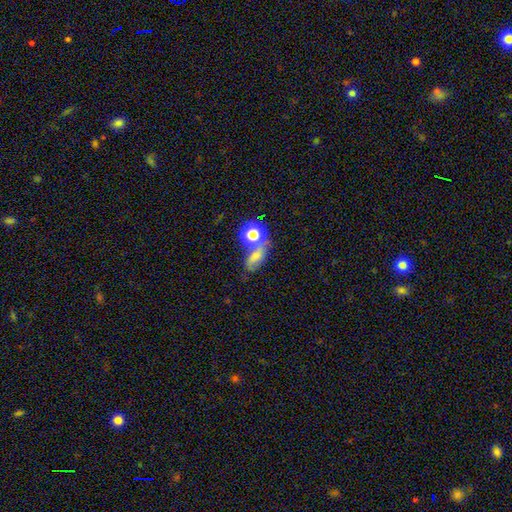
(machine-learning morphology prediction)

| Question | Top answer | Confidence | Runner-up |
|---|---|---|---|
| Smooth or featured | smooth | 59% | featured or disk (23%) |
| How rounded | in between | 61% | round (32%) |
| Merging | merger | 44% | none (33%) |